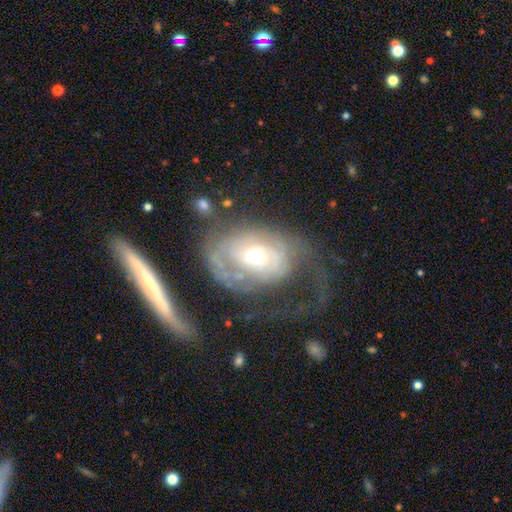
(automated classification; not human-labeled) Smooth or featured?
  - featured or disk: 74% *
  - smooth: 19%
  - star or artifact: 7%
Edge-on disk?
  - no: 95% *
  - yes: 5%
Bar?
  - no: 71% *
  - weak: 23%
  - strong: 6%
Spiral arms?
  - yes: 76% *
  - no: 24%
Spiral winding?
  - tight: 44% *
  - medium: 32%
  - loose: 24%
Spiral arm count?
  - can't tell: 35% *
  - 2: 31%
  - 1: 21%
  - 3: 7%
  - 4: 3%
  - more than 4: 3%
Bulge size?
  - moderate: 61% *
  - small: 29%
  - large: 7%
  - dominant: 1%
  - none: 1%
Merging?
  - major disturbance: 47% *
  - none: 29%
  - minor disturbance: 17%
  - merger: 7%